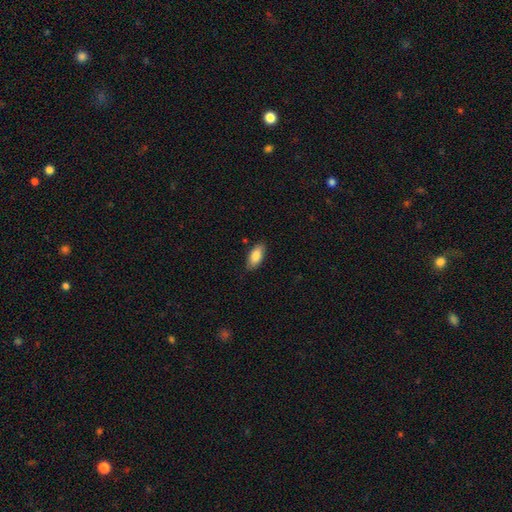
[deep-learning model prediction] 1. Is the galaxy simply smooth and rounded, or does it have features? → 84% smooth, 9% featured or disk, 6% star or artifact.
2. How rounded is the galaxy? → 90% in between, 8% cigar-shaped, 2% round.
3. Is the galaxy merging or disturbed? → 85% none, 12% minor disturbance, 2% major disturbance, 1% merger.